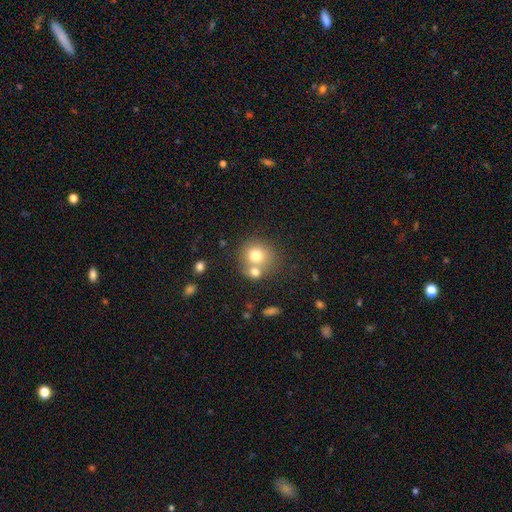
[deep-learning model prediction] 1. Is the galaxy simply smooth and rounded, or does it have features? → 74% smooth, 15% featured or disk, 10% star or artifact.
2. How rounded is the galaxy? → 80% round, 19% in between, 1% cigar-shaped.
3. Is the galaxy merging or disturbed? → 46% none, 41% merger, 9% minor disturbance, 4% major disturbance.